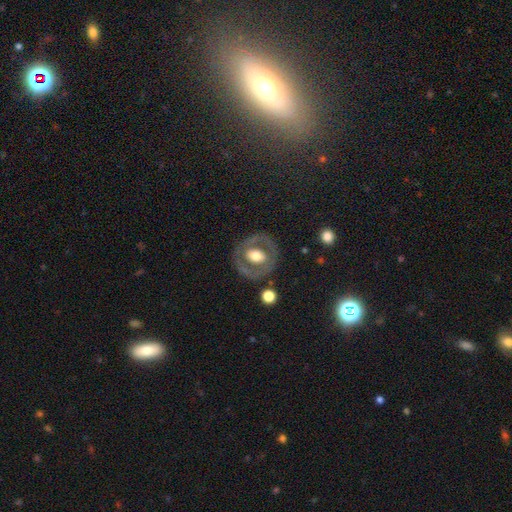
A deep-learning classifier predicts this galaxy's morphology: Smooth or featured: featured or disk — 58% (smooth — 36%)
Edge-on disk: no — 94% (yes — 6%)
Bar: no — 64% (weak — 22%)
Spiral arms: no — 81% (yes — 19%)
Bulge size: moderate — 54% (large — 35%)
Merging: none — 77% (minor disturbance — 13%)